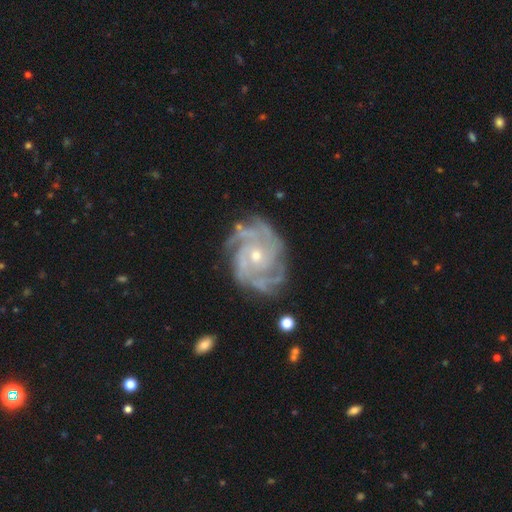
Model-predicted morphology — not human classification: smooth-or-featured: featured or disk: 91% | star or artifact: 5% | smooth: 4%
  disk-edge-on: no: 97% | yes: 3%
    bar: no: 72% | weak: 22% | strong: 5%
    has-spiral-arms: yes: 98% | no: 2%
      spiral-winding: tight: 67% | medium: 29% | loose: 5%
      spiral-arm-count: 4: 25% | 3: 23% | can't tell: 21% | 2: 13% | more than 4: 10% | 1: 7%
    bulge-size: small: 54% | moderate: 43% | large: 1% | none: 1% | dominant: 1%
  merging: none: 73% | minor disturbance: 18% | major disturbance: 7% | merger: 2%